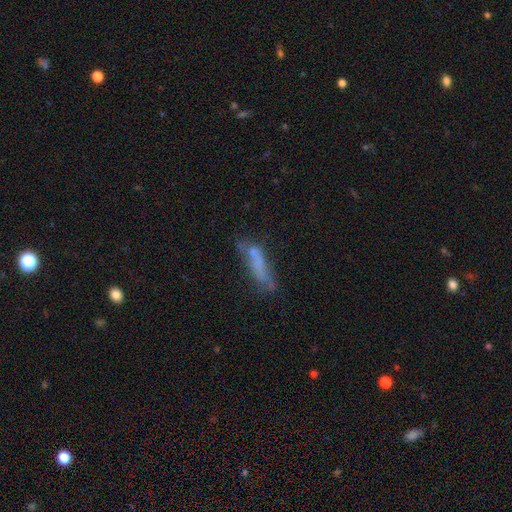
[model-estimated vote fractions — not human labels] smooth_or_featured: smooth (p=0.52) [alt: featured or disk p=0.34]
how_rounded: cigar-shaped (p=0.73) [alt: in between p=0.25]
merging: none (p=0.47) [alt: minor disturbance p=0.25]